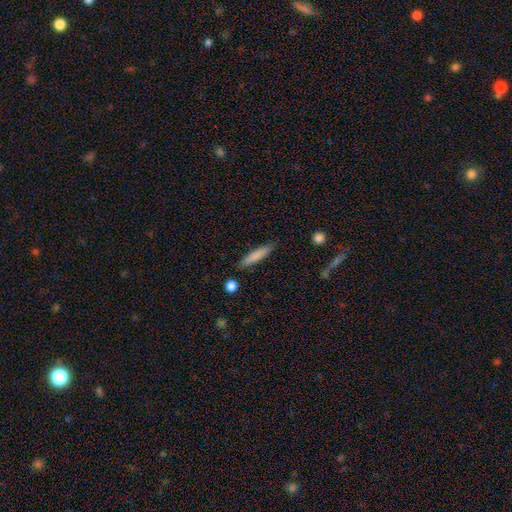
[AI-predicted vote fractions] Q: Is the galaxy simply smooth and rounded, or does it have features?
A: smooth — 79%.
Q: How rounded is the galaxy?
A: cigar-shaped — 88%.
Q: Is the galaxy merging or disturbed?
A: none — 86%.